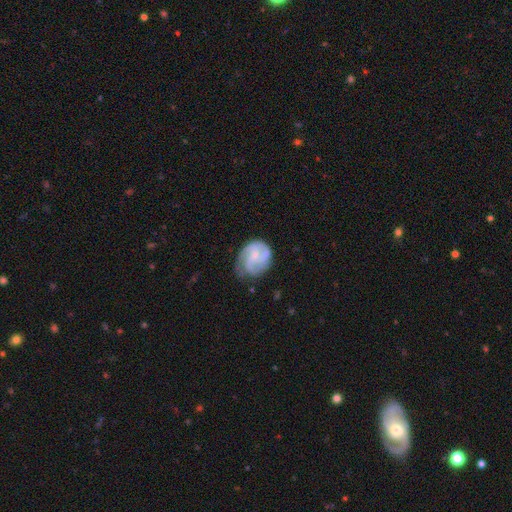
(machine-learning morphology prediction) smooth_or_featured: featured or disk (p=0.76) [alt: smooth p=0.18]
disk_edge_on: no (p=0.98) [alt: yes p=0.02]
bar: no (p=0.57) [alt: weak p=0.37]
has_spiral_arms: yes (p=0.94) [alt: no p=0.06]
spiral_winding: medium (p=0.45) [alt: tight p=0.39]
spiral_arm_count: 3 (p=0.45) [alt: 2 p=0.24]
bulge_size: small (p=0.59) [alt: moderate p=0.27]
merging: none (p=0.59) [alt: minor disturbance p=0.27]